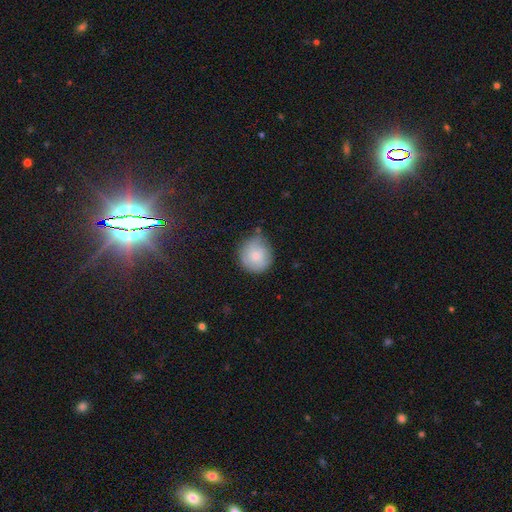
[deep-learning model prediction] This is likely a smooth galaxy (78%). How rounded: clearly round (90%). Merging: likely none (66%).